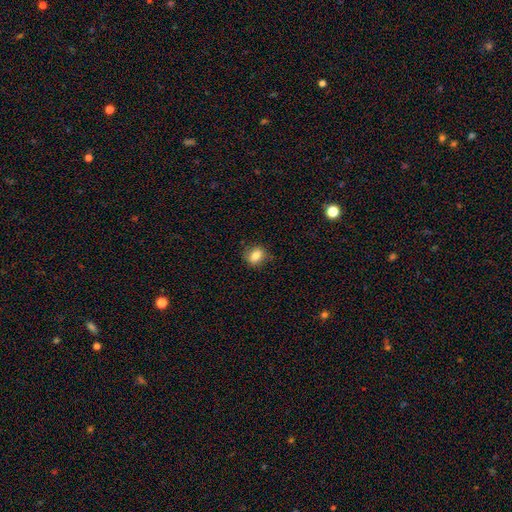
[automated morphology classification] Overall: smooth (82%). How rounded: in between (53%; round 45%). Merging: none (82%).